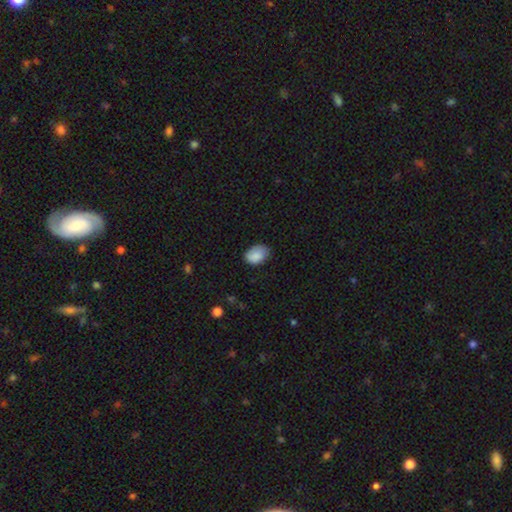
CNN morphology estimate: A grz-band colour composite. It shows a smooth galaxy with no disk features (87%) that is in between round and cigar-shaped (82%). Merging: none (69%).